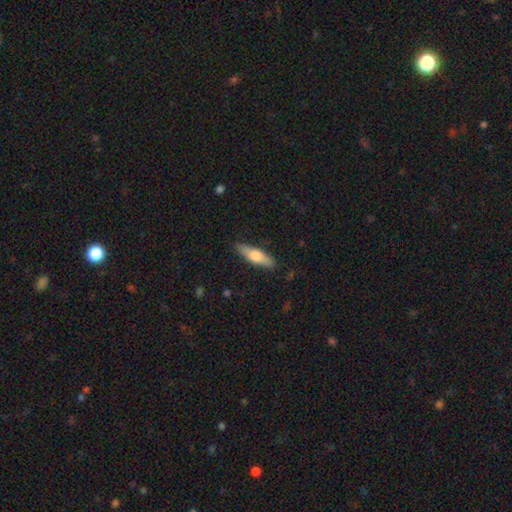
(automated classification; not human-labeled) Smooth or featured: smooth — 57% (featured or disk — 38%)
How rounded: cigar-shaped — 62% (in between — 36%)
Merging: none — 87% (minor disturbance — 10%)